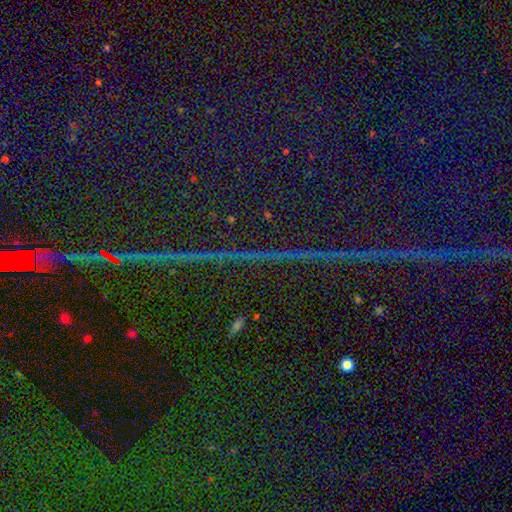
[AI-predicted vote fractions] A star or artifact, not a galaxy (88%).